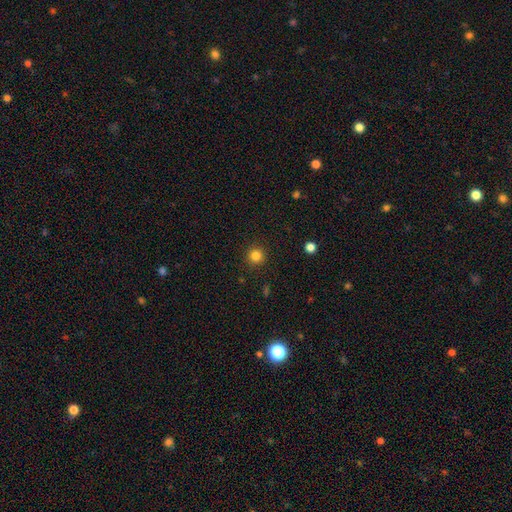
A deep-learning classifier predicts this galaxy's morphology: A smooth galaxy with no disk features (83%) that is round (95%). Merging: none (92%).